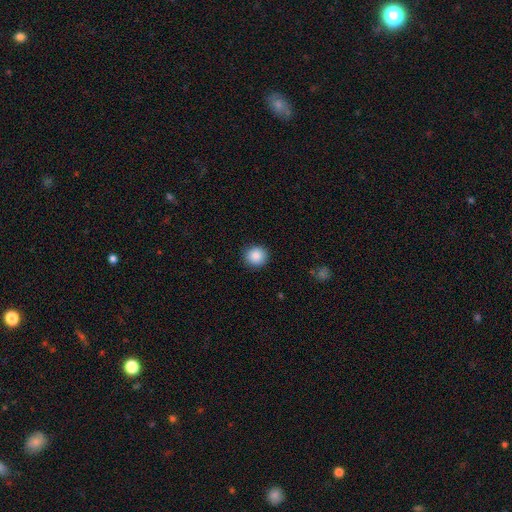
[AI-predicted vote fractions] smooth 88%, star or artifact 9%, featured or disk 3%. Down the decision tree: how rounded — round (92%); merging — none (90%).